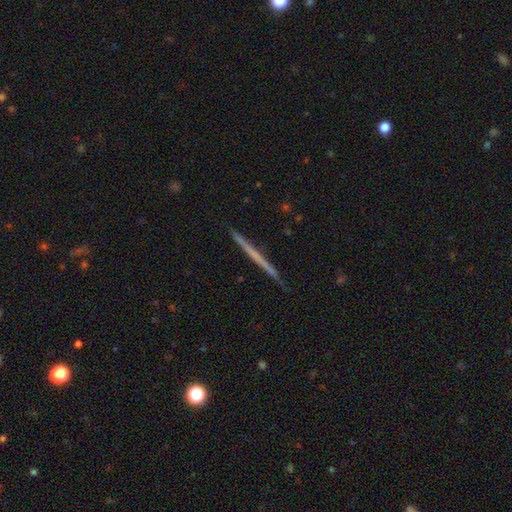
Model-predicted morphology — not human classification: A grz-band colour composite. It shows a featured or disk galaxy (57%) viewed edge-on (98%) with no central bulge (91%). Merging: none (92%).